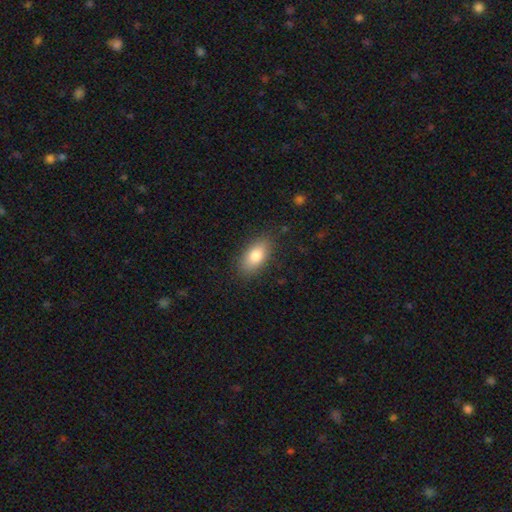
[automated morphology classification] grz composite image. It shows a smooth galaxy with no disk features (80%) that is in between round and cigar-shaped (88%). Merging: none (84%).